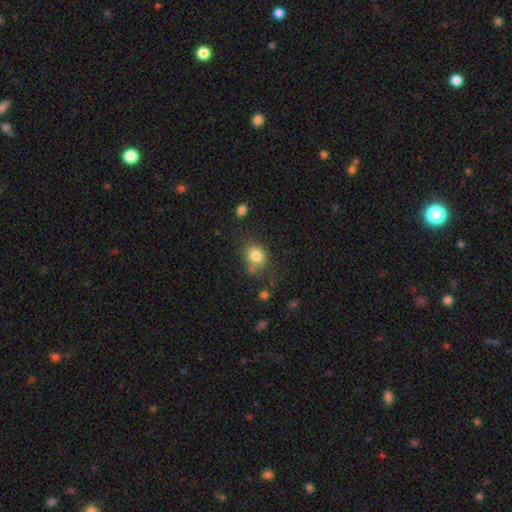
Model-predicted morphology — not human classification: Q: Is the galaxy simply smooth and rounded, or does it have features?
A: smooth — 81%.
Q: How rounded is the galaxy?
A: round — 64%.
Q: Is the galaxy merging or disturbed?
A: none — 64%.